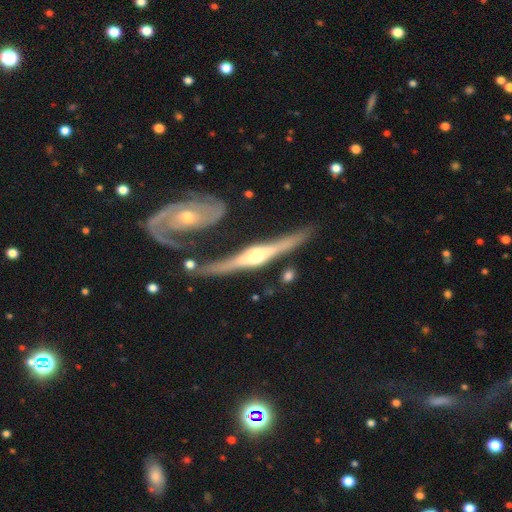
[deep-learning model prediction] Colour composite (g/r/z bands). It shows a featured or disk galaxy (86%) viewed edge-on (96%) with a rounded central bulge (91%). Merging: none (72%).